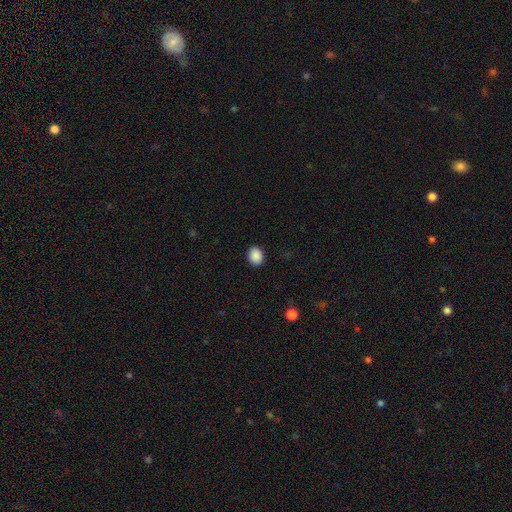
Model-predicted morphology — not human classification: Smooth or featured: smooth — 89% (star or artifact — 8%)
How rounded: in between — 54% (round — 45%)
Merging: none — 91% (minor disturbance — 7%)